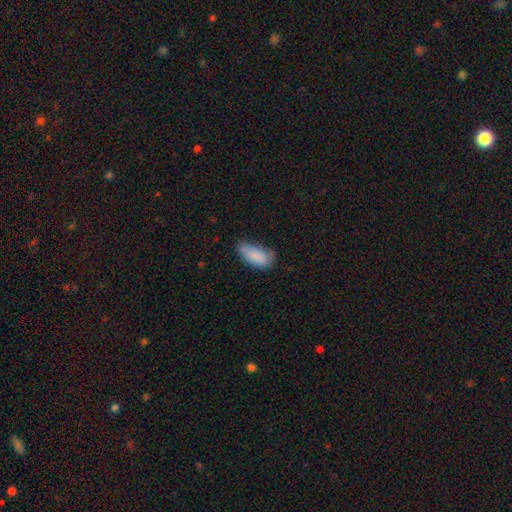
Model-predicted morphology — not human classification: A smooth galaxy with no disk features (85%) that is in between round and cigar-shaped (88%).

Vote fractions:
- Smooth or featured? smooth: 85% / featured or disk: 8% / star or artifact: 7%
- How rounded? in between: 88% / cigar-shaped: 9% / round: 2%
- Merging? none: 56% / minor disturbance: 34% / major disturbance: 8% / merger: 2%